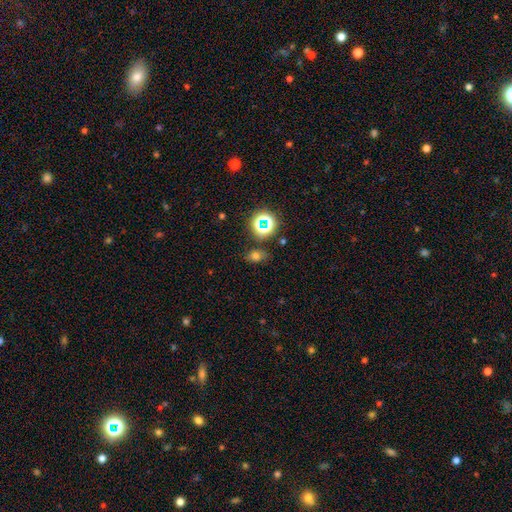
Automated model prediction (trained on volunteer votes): This appears to be a smooth galaxy with no disk features (64%) that is in between round and cigar-shaped (63%). Merging: none (75%).